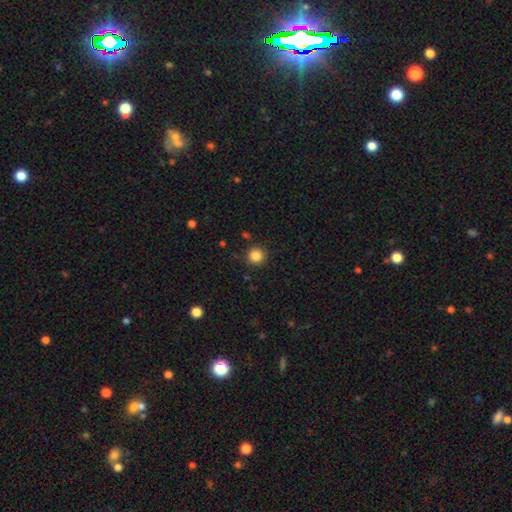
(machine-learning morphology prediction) smooth 85%, star or artifact 11%, featured or disk 4%. Down the decision tree: how rounded — round (94%); merging — none (89%).